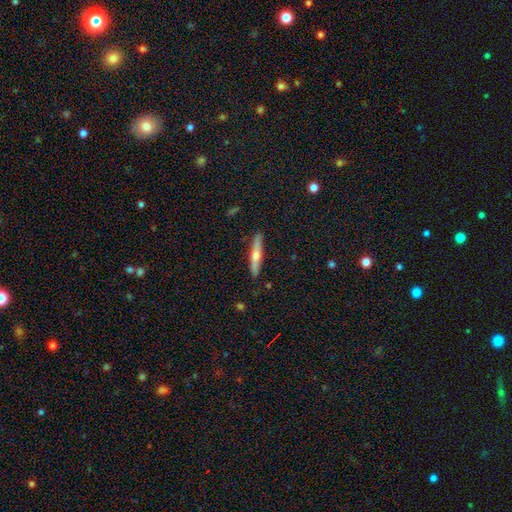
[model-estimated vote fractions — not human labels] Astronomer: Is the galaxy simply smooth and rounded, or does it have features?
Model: featured or disk — 55% (runner-up: smooth, 38%).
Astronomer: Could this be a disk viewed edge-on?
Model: yes — 94%.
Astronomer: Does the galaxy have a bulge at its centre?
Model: rounded — 88%.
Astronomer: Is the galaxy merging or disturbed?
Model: none — 89%.